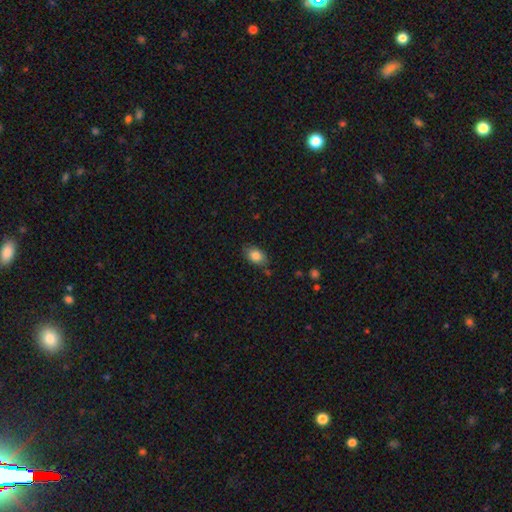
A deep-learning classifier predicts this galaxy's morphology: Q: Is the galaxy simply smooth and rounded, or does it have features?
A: smooth — 84%.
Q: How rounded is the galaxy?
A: in between — 81%.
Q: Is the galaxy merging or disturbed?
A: none — 78%.